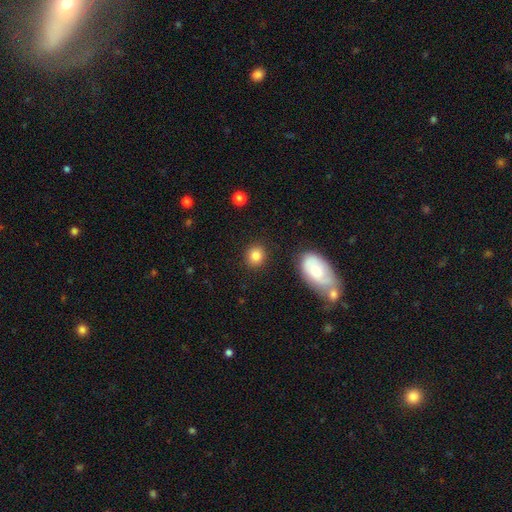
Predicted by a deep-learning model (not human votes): smooth 84%, star or artifact 9%, featured or disk 6%. Down the decision tree: how rounded — round (79%); merging — none (89%).